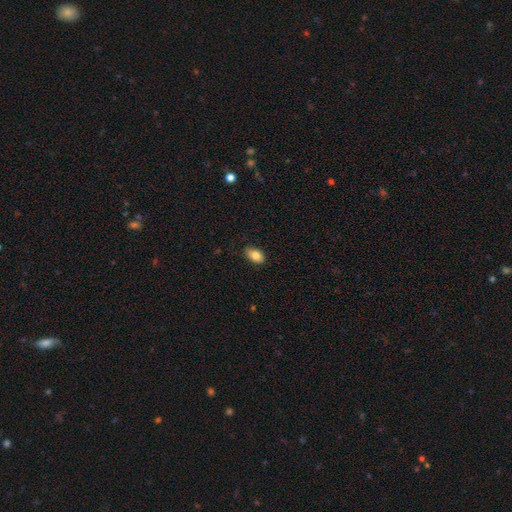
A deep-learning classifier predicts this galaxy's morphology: Overall: smooth (83%). How rounded: in between (89%). Merging: none (82%).